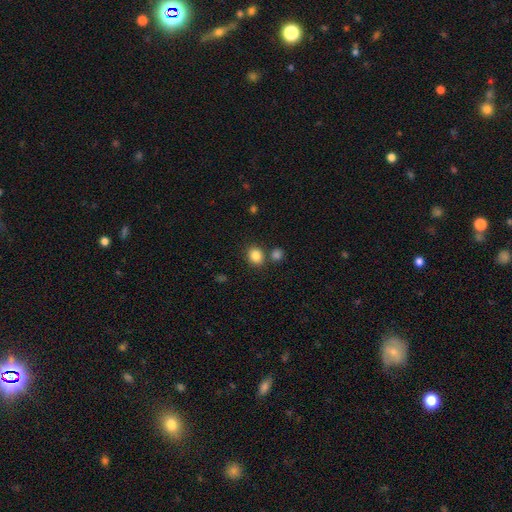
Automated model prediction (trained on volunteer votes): This is clearly a smooth galaxy (85%). How rounded: likely round (63%). Merging: likely none (75%).